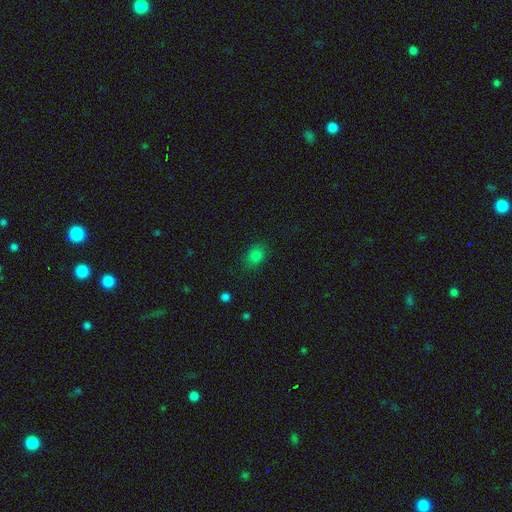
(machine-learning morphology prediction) Overall: smooth (80%). How rounded: in between (55%; round 43%). Merging: none (79%).